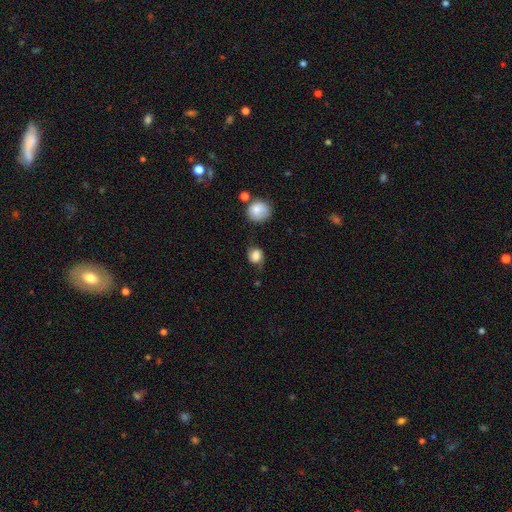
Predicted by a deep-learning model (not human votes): This appears to be a smooth galaxy with no disk features (68%) that is round (63%). Merging: none (51%).